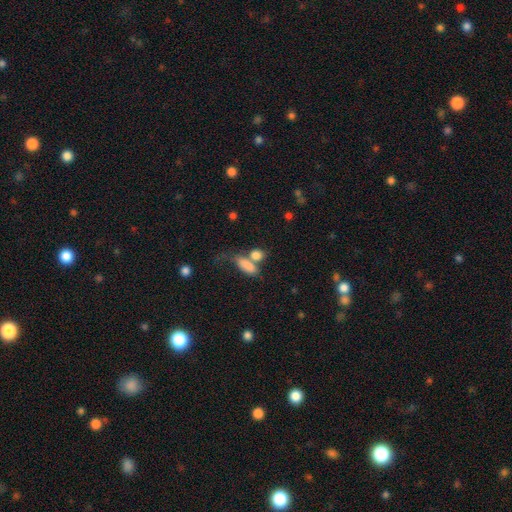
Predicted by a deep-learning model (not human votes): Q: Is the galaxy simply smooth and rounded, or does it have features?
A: smooth — 82%.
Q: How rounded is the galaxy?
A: in between — 71%.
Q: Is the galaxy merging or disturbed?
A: merger — 45%.